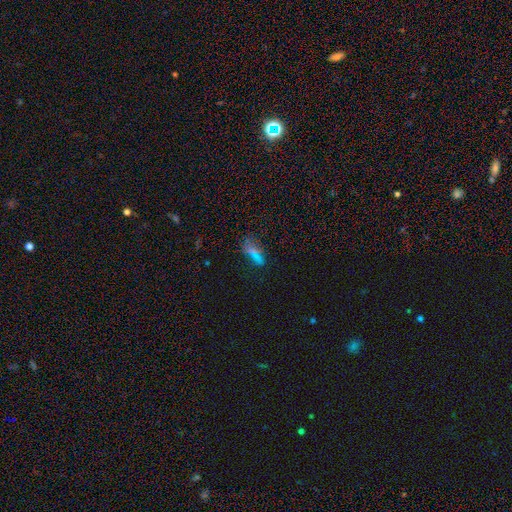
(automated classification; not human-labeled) A smooth galaxy with no disk features (51%) that is in between round and cigar-shaped (62%). Merging: none (57%).